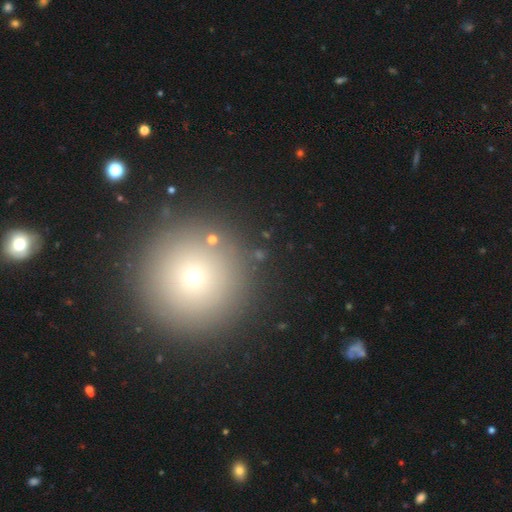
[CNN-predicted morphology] smooth_or_featured: smooth (p=0.68) [alt: star or artifact p=0.21]
how_rounded: round (p=0.96) [alt: in between p=0.03]
merging: none (p=0.89) [alt: minor disturbance p=0.06]